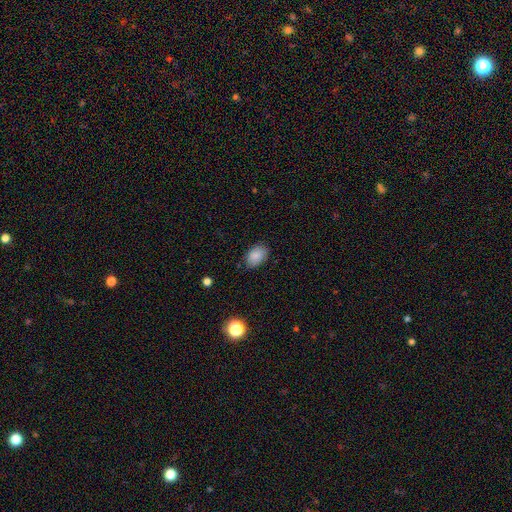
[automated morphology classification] The model was most divided on "merging": none: 80%, minor disturbance: 16%, major disturbance: 3%, merger: 1%. More confident: smooth or featured — smooth (86%); how rounded — in between (85%).